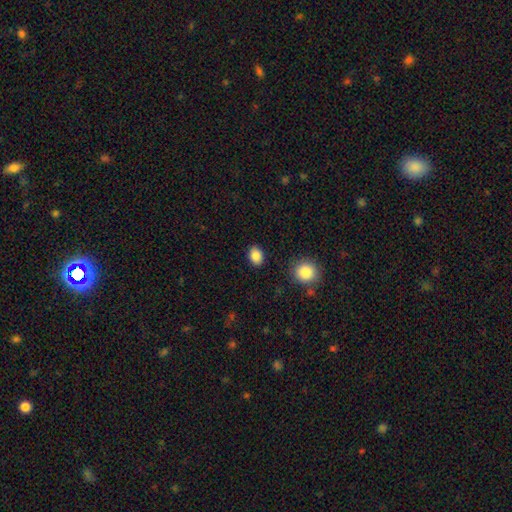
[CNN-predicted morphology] This appears to be a smooth galaxy with no disk features (87%) that is in between round and cigar-shaped (66%). Merging: none (87%).